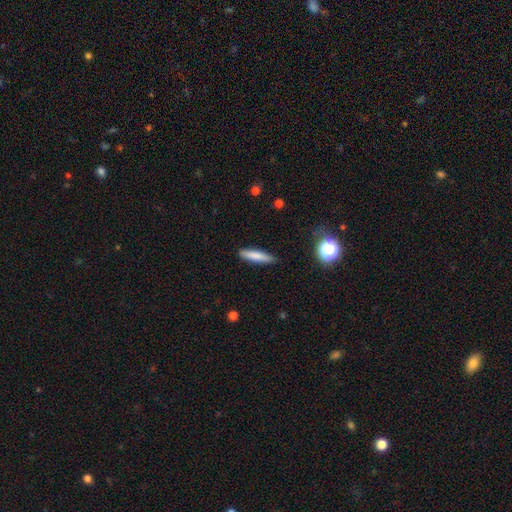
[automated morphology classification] type=smooth (80%); roundness=cigar-shaped (83%); merging=none (88%).